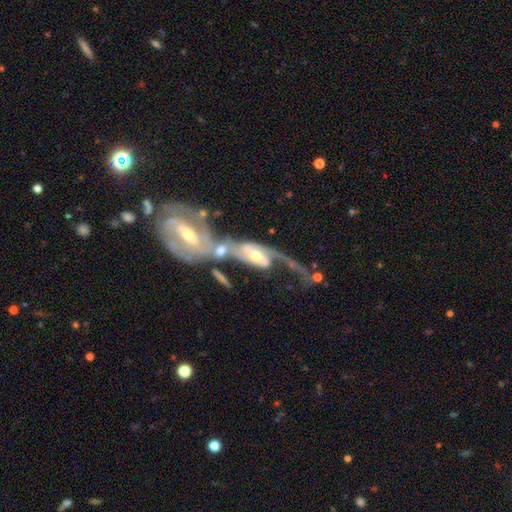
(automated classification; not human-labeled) featured or disk 84%, smooth 10%, star or artifact 6%. Down the decision tree: edge-on disk — no (91%); bar — weak (41%); spiral arms — yes (92%); spiral arm count — 2 (63%); spiral winding — loose (46%); bulge size — moderate (60%); merging — merger (66%).